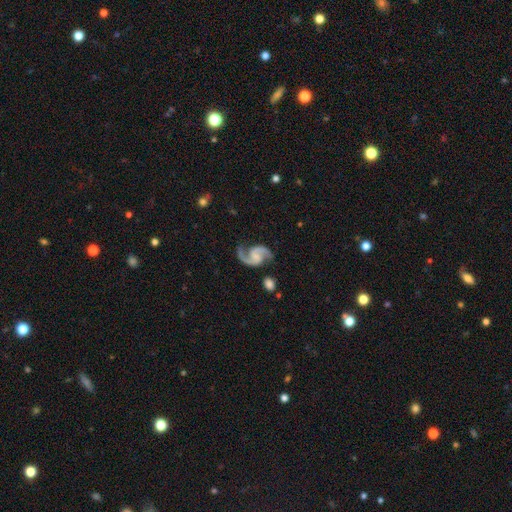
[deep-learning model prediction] Smooth or featured: featured or disk — 92% (star or artifact — 4%)
Edge-on disk: no — 98% (yes — 2%)
Bar: no — 45% (weak — 40%)
Spiral arms: yes — 98% (no — 2%)
Spiral winding: medium — 55% (loose — 34%)
Spiral arm count: 2 — 94% (1 — 2%)
Bulge size: none — 48% (small — 31%)
Merging: none — 76% (minor disturbance — 14%)